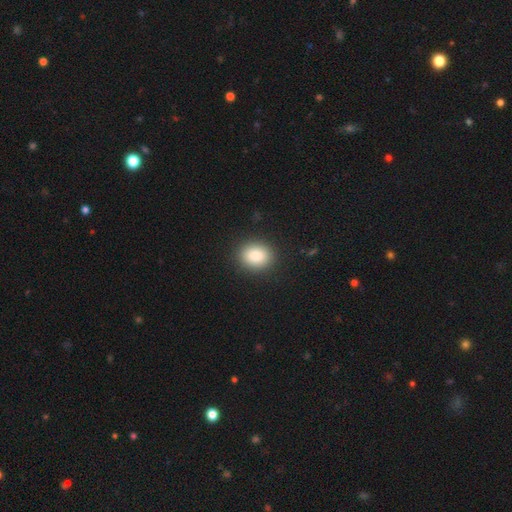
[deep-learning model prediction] A smooth galaxy with no disk features (87%) that is round (58%).

Vote fractions:
- Smooth or featured? smooth: 87% / star or artifact: 8% / featured or disk: 5%
- How rounded? round: 58% / in between: 41% / cigar-shaped: 1%
- Merging? none: 90% / minor disturbance: 7% / major disturbance: 2% / merger: 1%